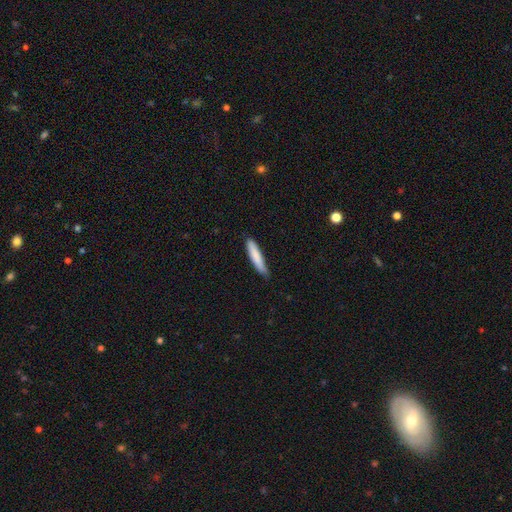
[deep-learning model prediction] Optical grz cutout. It shows a smooth galaxy with no disk features (82%) that is cigar-shaped (88%). Merging: none (76%).